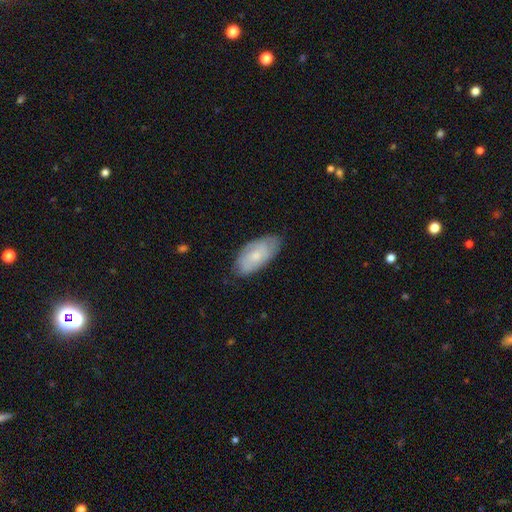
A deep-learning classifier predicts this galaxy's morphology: This is likely a smooth galaxy (60%). How rounded: clearly in between (92%). Merging: likely none (74%).